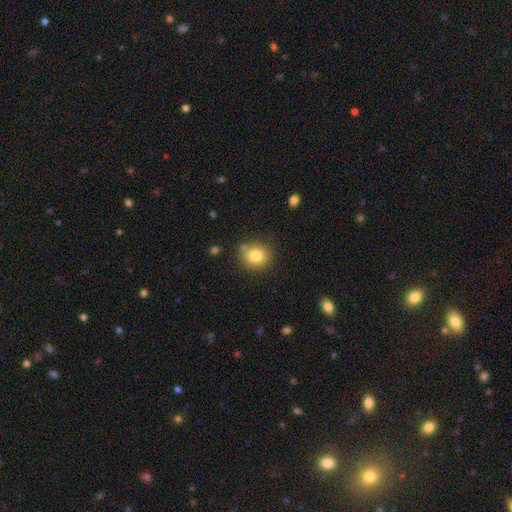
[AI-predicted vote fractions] smooth_or_featured: smooth (p=0.80) [alt: star or artifact p=0.11]
how_rounded: round (p=0.82) [alt: in between p=0.17]
merging: none (p=0.77) [alt: minor disturbance p=0.12]